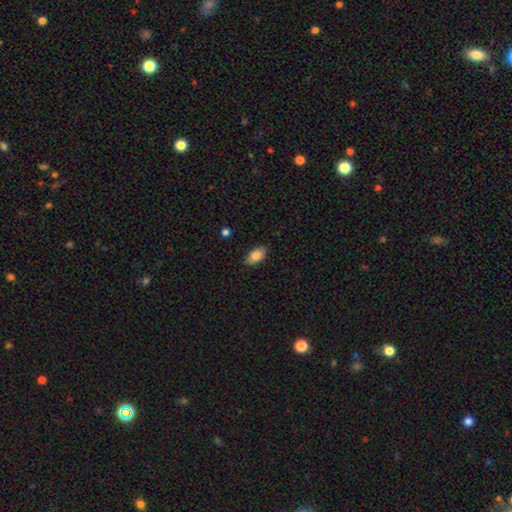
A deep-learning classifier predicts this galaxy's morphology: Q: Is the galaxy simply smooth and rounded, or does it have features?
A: smooth — 84%.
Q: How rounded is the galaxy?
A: in between — 92%.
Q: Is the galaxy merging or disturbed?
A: none — 84%.